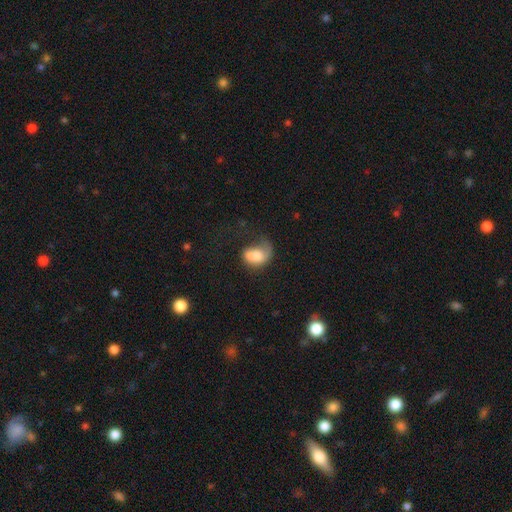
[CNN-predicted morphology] A smooth galaxy with no disk features (67%) that is in between round and cigar-shaped (80%).

Vote fractions:
- Smooth or featured? smooth: 67% / featured or disk: 25% / star or artifact: 8%
- How rounded? in between: 80% / round: 18% / cigar-shaped: 2%
- Merging? major disturbance: 44% / minor disturbance: 26% / none: 25% / merger: 5%